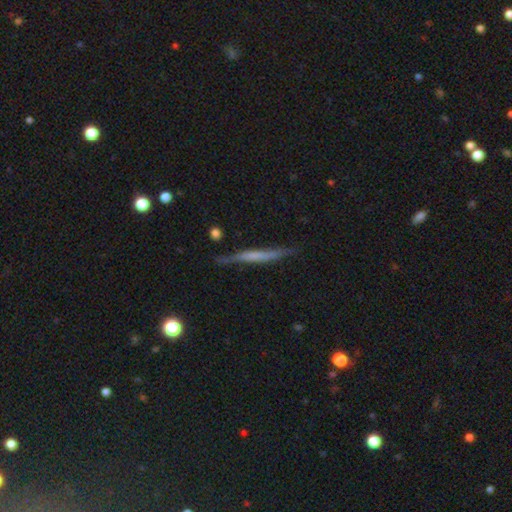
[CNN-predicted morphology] A featured or disk galaxy (56%) viewed edge-on (94%) with no central bulge (63%).

Vote fractions:
- Smooth or featured? featured or disk: 56% / smooth: 37% / star or artifact: 7%
- Edge-on disk? yes: 94% / no: 6%
- Edge-on bulge? none: 63% / boxy: 20% / rounded: 16%
- Merging? none: 76% / minor disturbance: 17% / major disturbance: 4% / merger: 2%